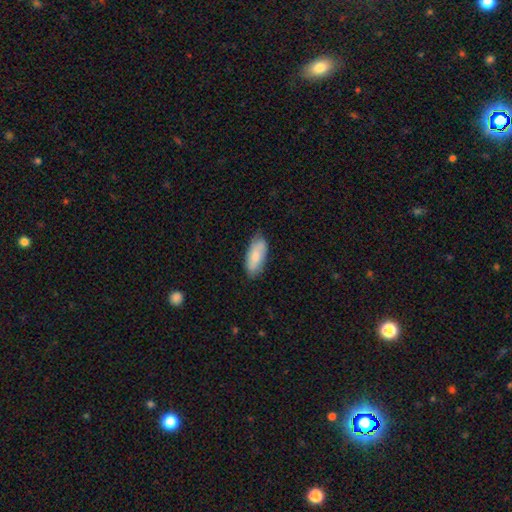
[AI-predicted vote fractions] smooth-or-featured: smooth: 77% | featured or disk: 17% | star or artifact: 6%
  how-rounded: in between: 84% | cigar-shaped: 14% | round: 2%
  merging: none: 77% | minor disturbance: 19% | major disturbance: 3% | merger: 1%